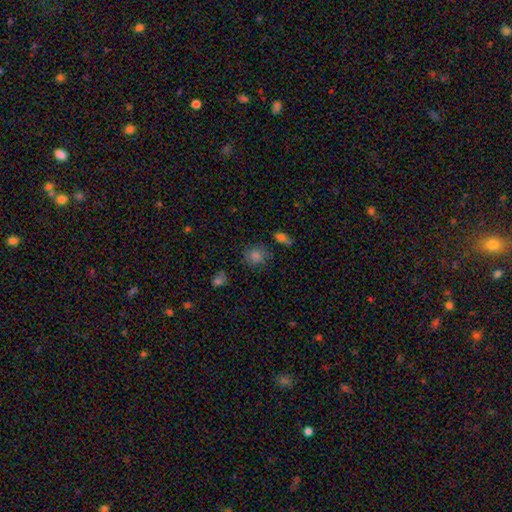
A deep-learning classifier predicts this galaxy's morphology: This appears to be a smooth galaxy with no disk features (72%) that is round (82%). Merging: none (79%).